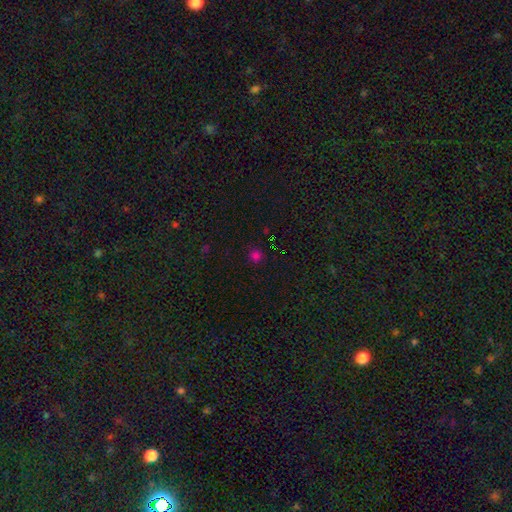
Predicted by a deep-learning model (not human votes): The model was most divided on "smooth or featured": smooth: 68%, star or artifact: 28%, featured or disk: 4%. More confident: how rounded — round (93%); merging — none (88%).